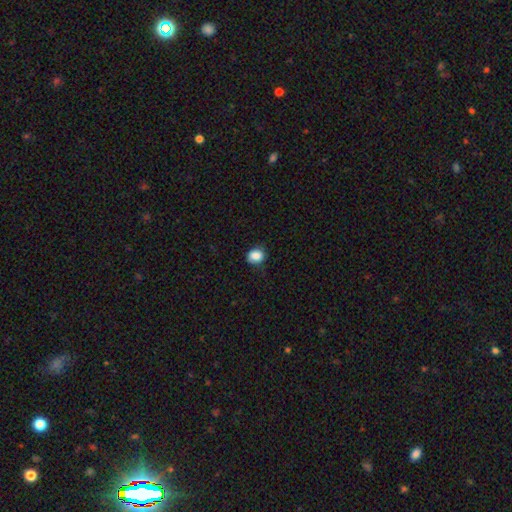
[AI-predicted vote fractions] Q: Smooth or featured?
A: smooth (87%); runner-up: star or artifact (9%)
Q: How rounded?
A: round (64%); runner-up: in between (35%)
Q: Merging?
A: none (79%); runner-up: minor disturbance (16%)